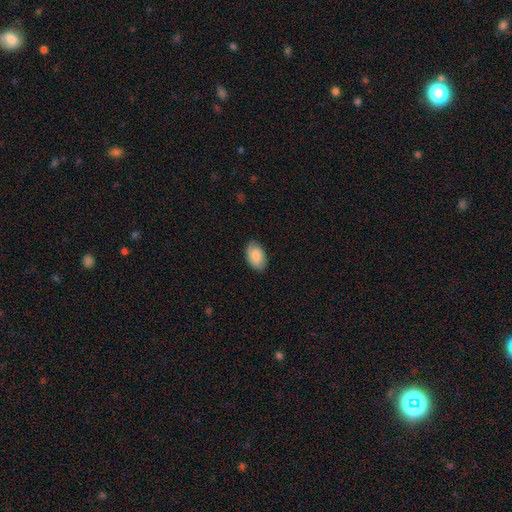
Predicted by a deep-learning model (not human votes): smooth_or_featured: smooth (p=0.81) [alt: featured or disk p=0.13]
how_rounded: in between (p=0.93) [alt: round p=0.05]
merging: none (p=0.83) [alt: minor disturbance p=0.13]